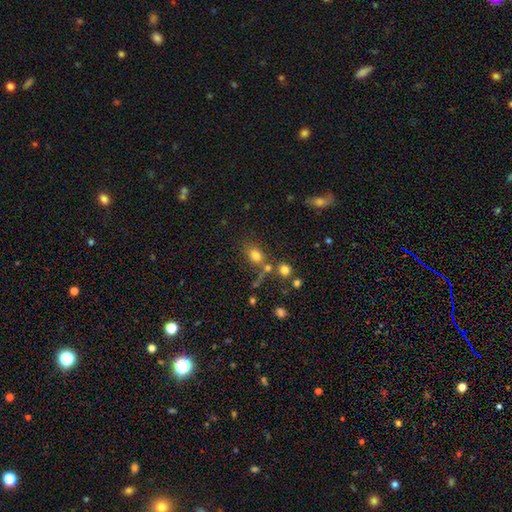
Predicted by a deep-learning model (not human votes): Smooth or featured? Predicted: smooth (p=0.75). How rounded? Predicted: in between (p=0.59). Merging? Predicted: none (p=0.55).